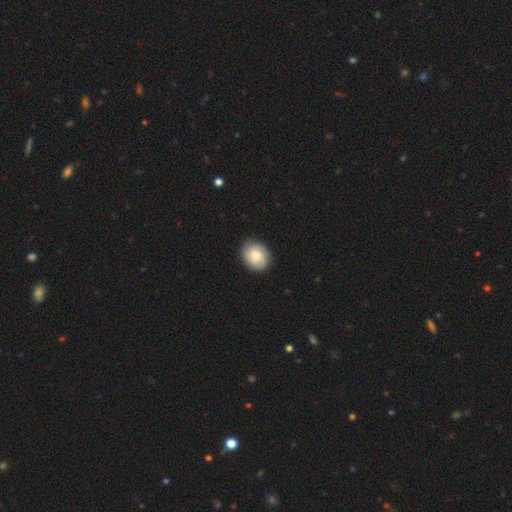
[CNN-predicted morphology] smooth-or-featured: smooth: 75% | featured or disk: 19% | star or artifact: 7%
  how-rounded: round: 64% | in between: 36% | cigar-shaped: 1%
  merging: none: 87% | minor disturbance: 10% | major disturbance: 2% | merger: 1%